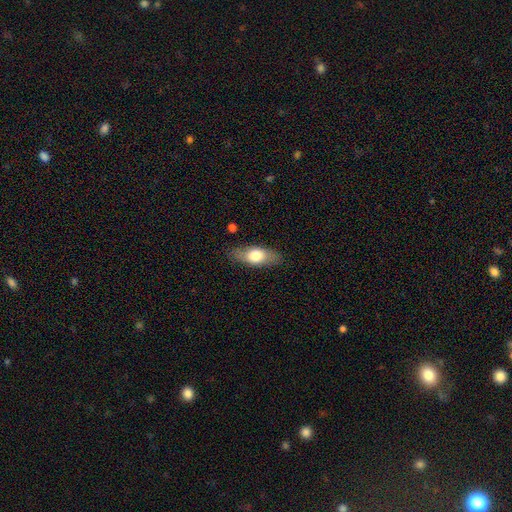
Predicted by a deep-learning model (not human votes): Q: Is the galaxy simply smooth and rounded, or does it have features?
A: smooth — 67%.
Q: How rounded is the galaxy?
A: in between — 76%.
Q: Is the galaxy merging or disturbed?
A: none — 82%.